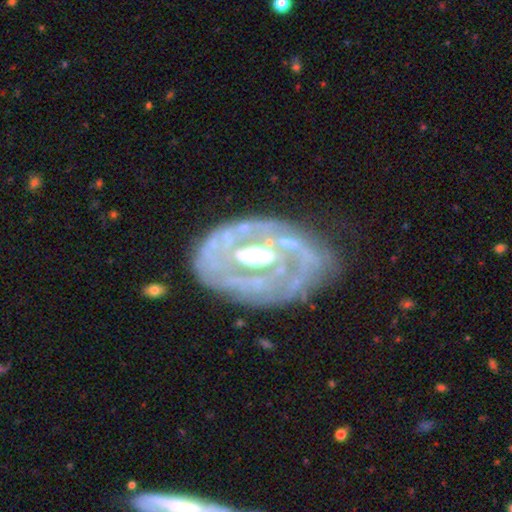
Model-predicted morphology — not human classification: smooth_or_featured: featured or disk (p=0.84) [alt: smooth p=0.10]
disk_edge_on: no (p=0.96) [alt: yes p=0.04]
bar: no (p=0.52) [alt: weak p=0.28]
has_spiral_arms: yes (p=0.62) [alt: no p=0.38]
bulge_size: moderate (p=0.66) [alt: large p=0.21]
merging: none (p=0.61) [alt: minor disturbance p=0.22]